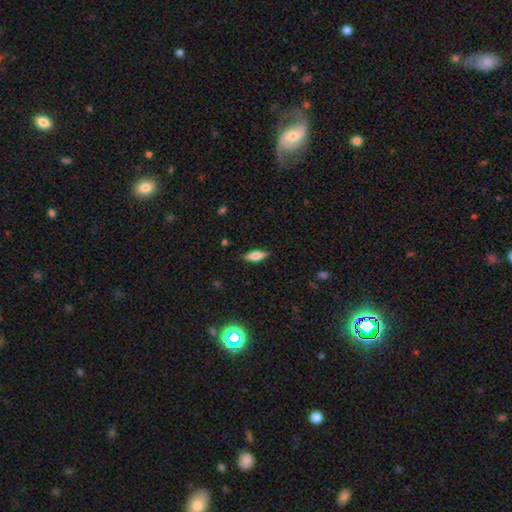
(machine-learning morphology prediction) Smooth or featured?
  - smooth: 71% *
  - featured or disk: 22%
  - star or artifact: 7%
How rounded?
  - in between: 69% *
  - cigar-shaped: 29%
  - round: 2%
Merging?
  - none: 85% *
  - minor disturbance: 11%
  - major disturbance: 2%
  - merger: 1%